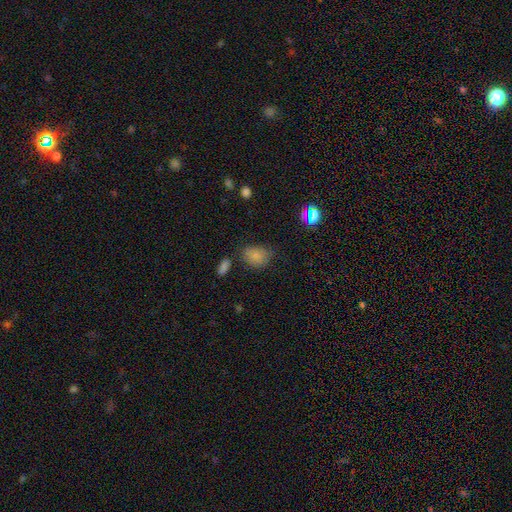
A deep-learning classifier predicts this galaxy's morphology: type=smooth (77%); roundness=in between (61%); merging=none (63%).